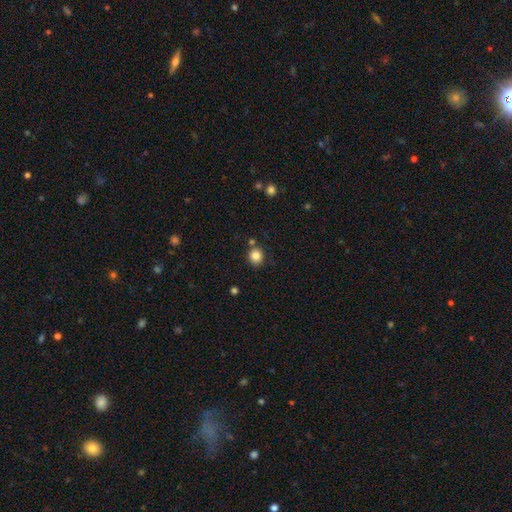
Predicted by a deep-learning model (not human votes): The model was most divided on "how rounded": round: 82%, in between: 17%, cigar-shaped: 1%. More confident: smooth or featured — smooth (84%); merging — none (80%).